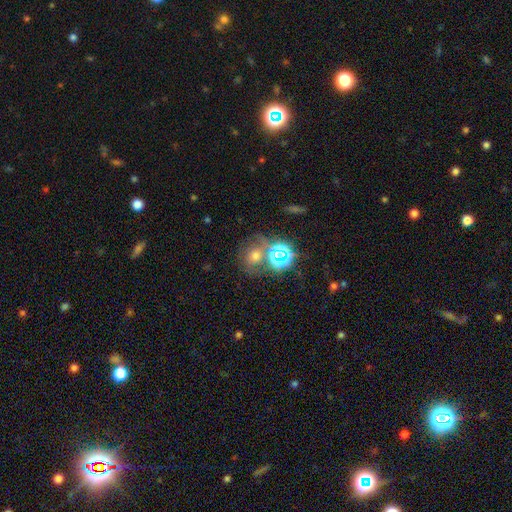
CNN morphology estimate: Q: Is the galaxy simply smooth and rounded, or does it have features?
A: smooth — 46%.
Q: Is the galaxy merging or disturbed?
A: none — 53%.